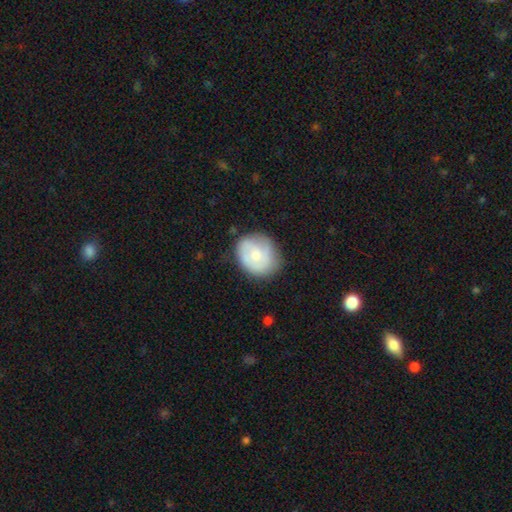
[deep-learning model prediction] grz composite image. It shows a smooth galaxy with no disk features (60%) that is round (66%). Merging: none (70%).